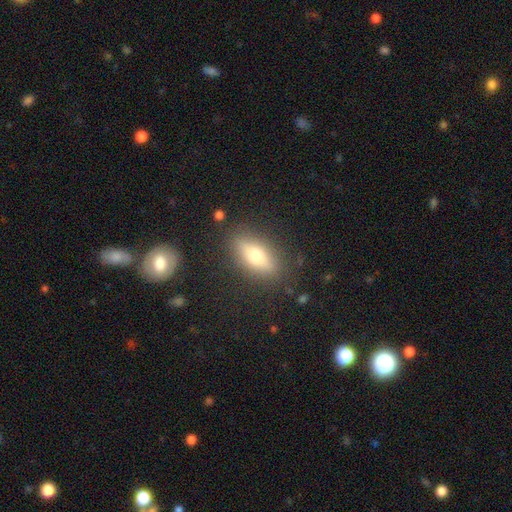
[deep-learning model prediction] A smooth galaxy with no disk features (55%) that is in between round and cigar-shaped (67%).

Vote fractions:
- Smooth or featured? smooth: 55% / featured or disk: 37% / star or artifact: 8%
- How rounded? in between: 67% / cigar-shaped: 28% / round: 5%
- Merging? none: 83% / minor disturbance: 11% / major disturbance: 4% / merger: 2%